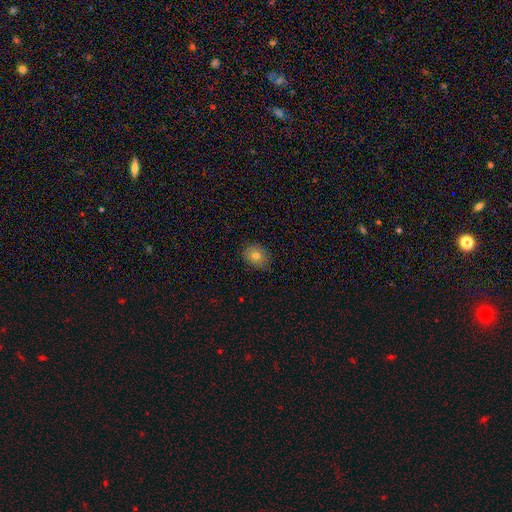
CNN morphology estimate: Smooth or featured: smooth — 77% (featured or disk — 12%)
How rounded: round — 53% (in between — 46%)
Merging: none — 79% (minor disturbance — 17%)